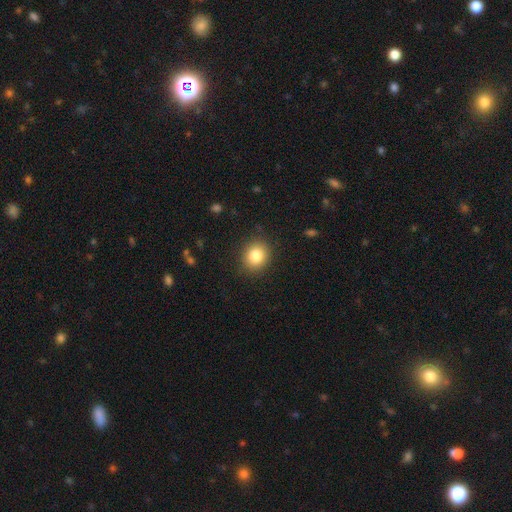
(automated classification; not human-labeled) smooth_or_featured: smooth (p=0.84) [alt: star or artifact p=0.10]
how_rounded: round (p=0.75) [alt: in between p=0.24]
merging: none (p=0.88) [alt: minor disturbance p=0.08]